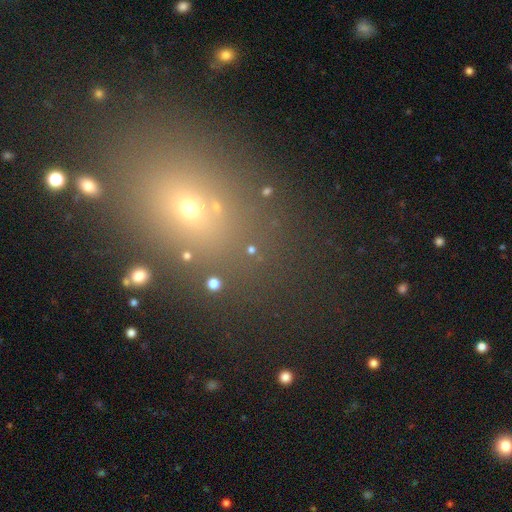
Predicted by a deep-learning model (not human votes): Morphology: type=smooth (54%); roundness=in between (63%); merging=none (81%).